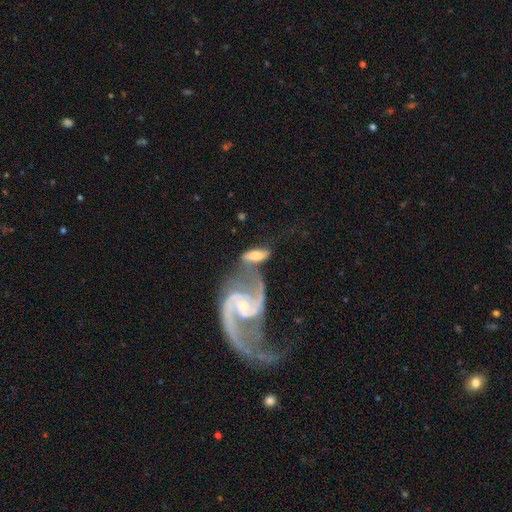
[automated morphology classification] type=featured or disk (58%); edge-on=no (86%); bar=no (46%); spiral arms=yes (87%); bulge=small (55%); merging=merger (42%).